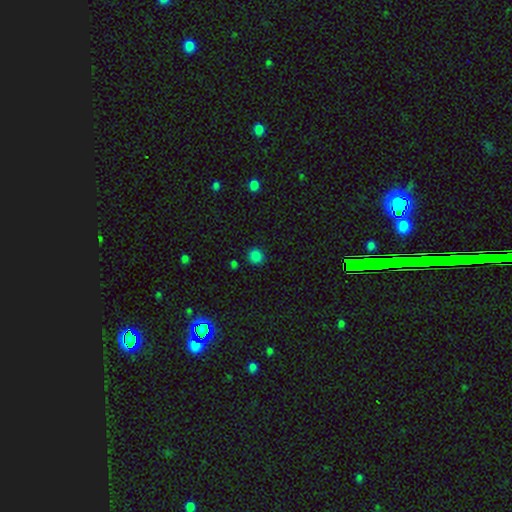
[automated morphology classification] Smooth or featured? smooth (82%)
How rounded? round (90%)
Merging? none (87%)